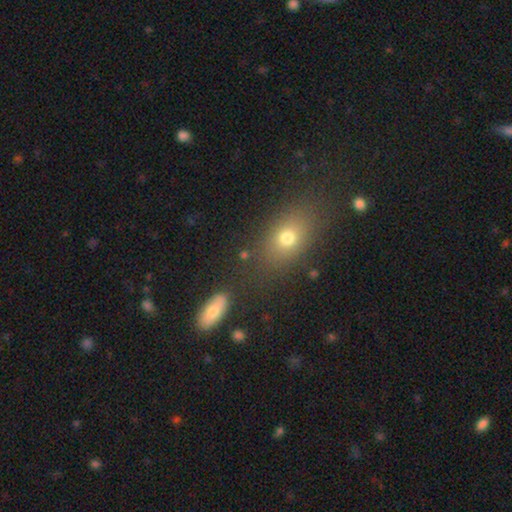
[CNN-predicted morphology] A smooth galaxy with no disk features (65%) that is in between round and cigar-shaped (71%).

Vote fractions:
- Smooth or featured? smooth: 65% / star or artifact: 21% / featured or disk: 15%
- How rounded? in between: 71% / round: 23% / cigar-shaped: 6%
- Merging? none: 79% / minor disturbance: 11% / merger: 6% / major disturbance: 4%